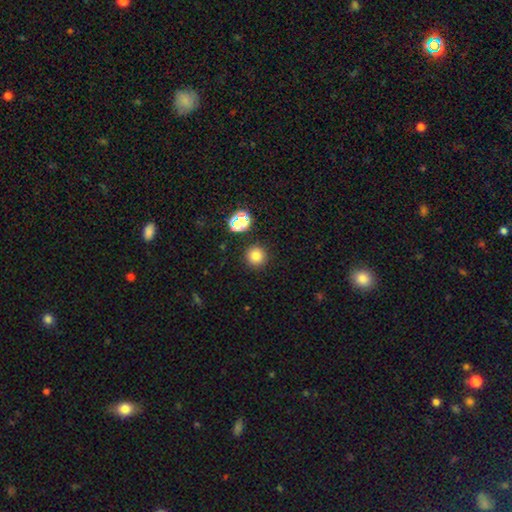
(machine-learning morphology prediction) Overall: smooth (78%). How rounded: round (95%). Merging: none (90%).